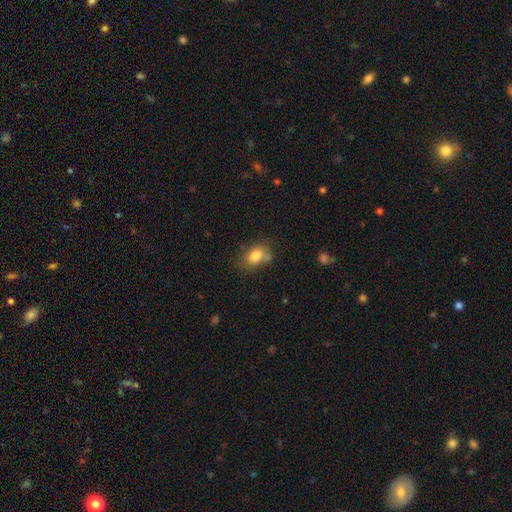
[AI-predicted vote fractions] smooth_or_featured: smooth (p=0.81) [alt: featured or disk p=0.10]
how_rounded: in between (p=0.76) [alt: round p=0.23]
merging: none (p=0.58) [alt: minor disturbance p=0.22]